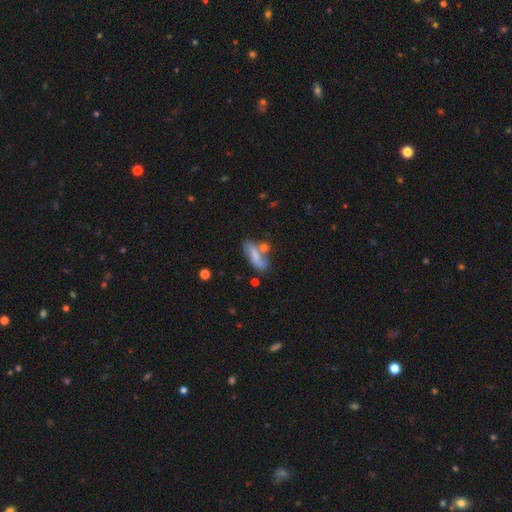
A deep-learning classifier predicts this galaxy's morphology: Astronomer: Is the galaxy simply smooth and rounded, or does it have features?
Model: smooth — 61%.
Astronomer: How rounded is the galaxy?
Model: in between — 65%.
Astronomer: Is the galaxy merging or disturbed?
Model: none — 52%.